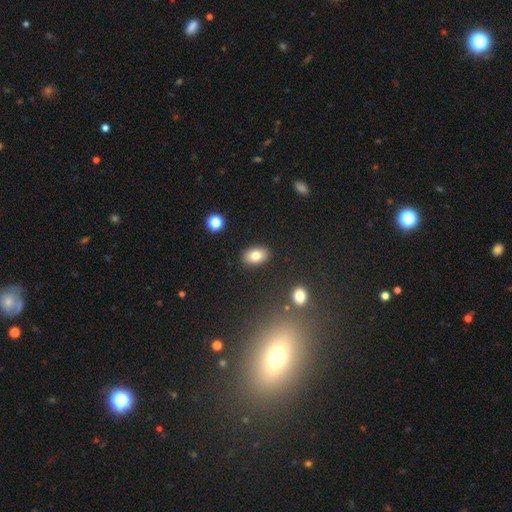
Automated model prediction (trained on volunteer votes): Q: Smooth or featured?
A: smooth (81%); runner-up: featured or disk (10%)
Q: How rounded?
A: in between (89%); runner-up: round (10%)
Q: Merging?
A: none (88%); runner-up: minor disturbance (8%)